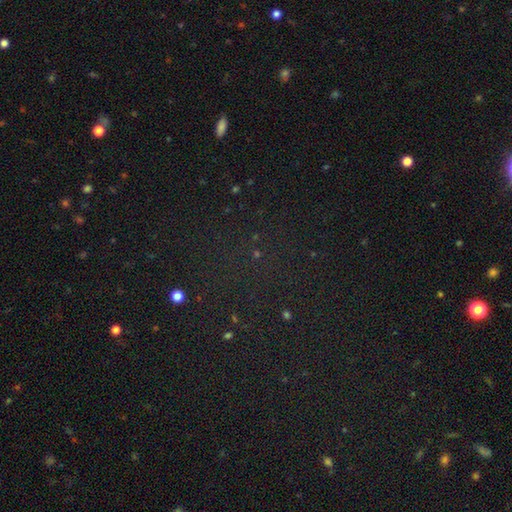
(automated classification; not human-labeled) Morphology: type=star or artifact (74%).